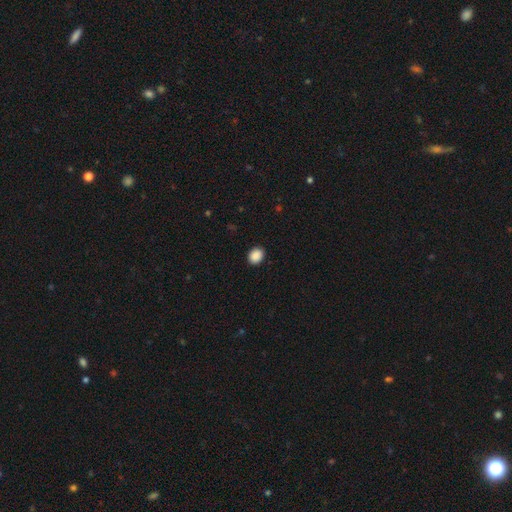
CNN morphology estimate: Smooth or featured? smooth (90%)
How rounded? in between (51%)
Merging? none (91%)